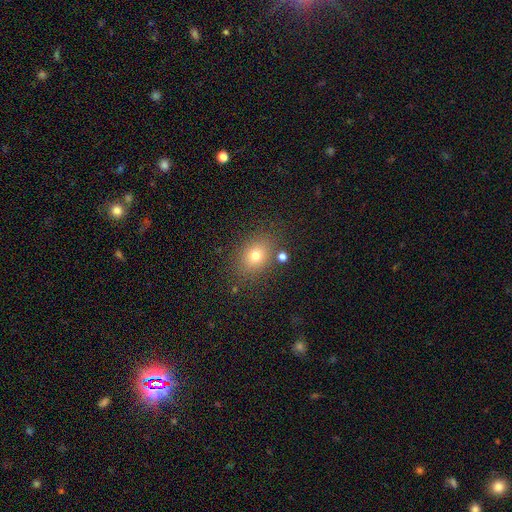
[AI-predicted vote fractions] A smooth galaxy with no disk features (75%) that is in between round and cigar-shaped (59%). Merging: none (81%).